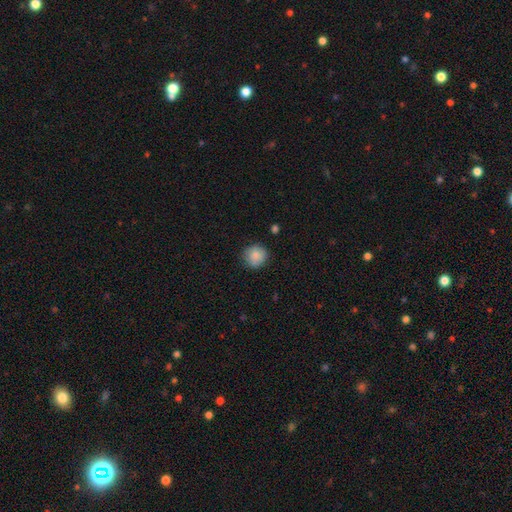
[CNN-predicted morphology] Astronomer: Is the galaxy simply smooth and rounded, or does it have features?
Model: smooth — 87%.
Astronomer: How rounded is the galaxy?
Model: round — 89%.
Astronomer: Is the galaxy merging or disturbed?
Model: none — 82%.